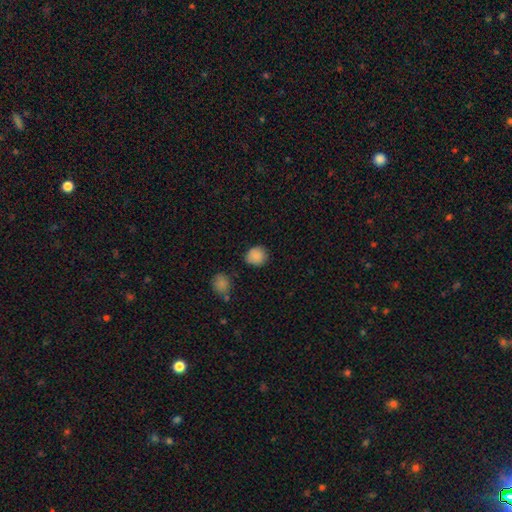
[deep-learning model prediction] Smooth or featured?
  - smooth: 86% *
  - star or artifact: 10%
  - featured or disk: 4%
How rounded?
  - round: 87% *
  - in between: 12%
  - cigar-shaped: 1%
Merging?
  - none: 82% *
  - minor disturbance: 12%
  - major disturbance: 3%
  - merger: 2%